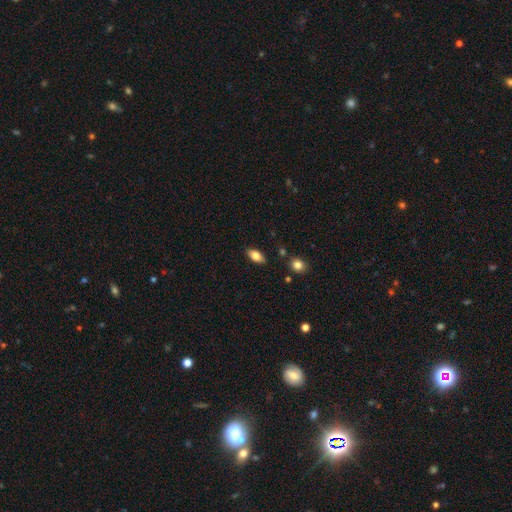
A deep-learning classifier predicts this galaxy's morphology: The model was most divided on "smooth or featured": smooth: 80%, featured or disk: 13%, star or artifact: 8%. More confident: how rounded — in between (90%); merging — none (86%).